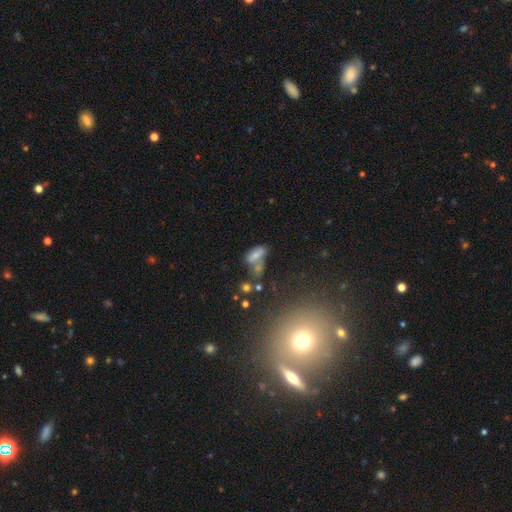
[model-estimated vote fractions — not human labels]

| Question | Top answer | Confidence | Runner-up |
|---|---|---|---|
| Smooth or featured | smooth | 63% | featured or disk (21%) |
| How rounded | in between | 83% | cigar-shaped (10%) |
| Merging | merger | 42% | none (31%) |